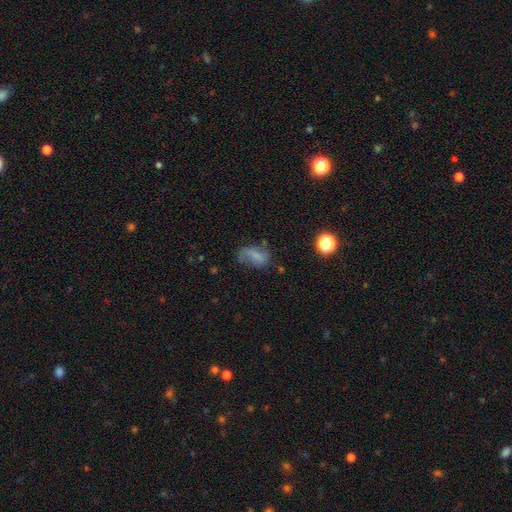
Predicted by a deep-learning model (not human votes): This appears to be a smooth galaxy with no disk features (51%) that is in between round and cigar-shaped (85%). Merging: none (48%).